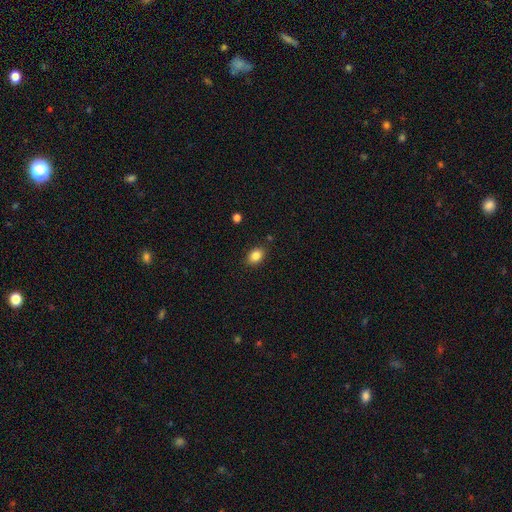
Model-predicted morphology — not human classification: Smooth or featured? Predicted: smooth (p=0.85). How rounded? Predicted: in between (p=0.76). Merging? Predicted: none (p=0.86).